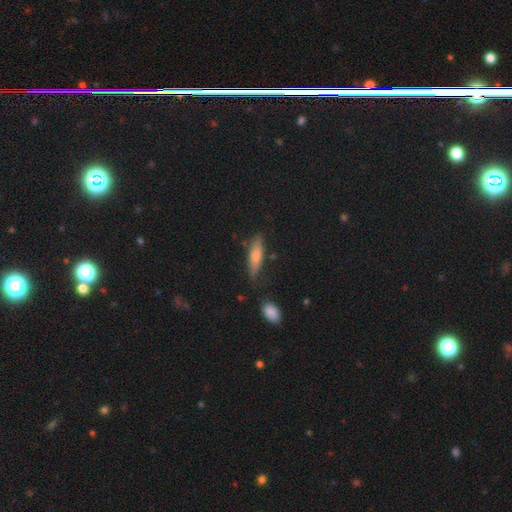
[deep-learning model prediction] Smooth or featured?
  - smooth: 73% *
  - featured or disk: 21%
  - star or artifact: 6%
How rounded?
  - cigar-shaped: 61% *
  - in between: 37%
  - round: 2%
Merging?
  - none: 71% *
  - minor disturbance: 20%
  - major disturbance: 5%
  - merger: 4%